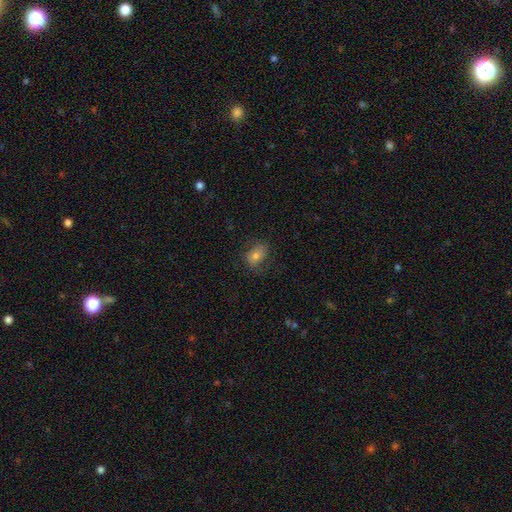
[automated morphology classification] Smooth or featured? Predicted: smooth (p=0.66). How rounded? Predicted: in between (p=0.72). Merging? Predicted: none (p=0.69).